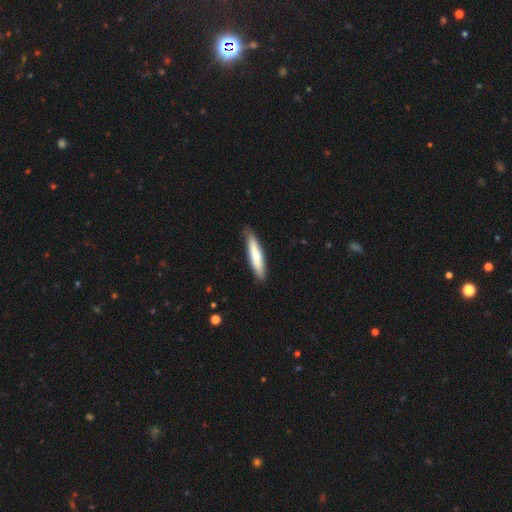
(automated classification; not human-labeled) smooth 66%, featured or disk 29%, star or artifact 5%. Down the decision tree: how rounded — cigar-shaped (86%); merging — none (82%).